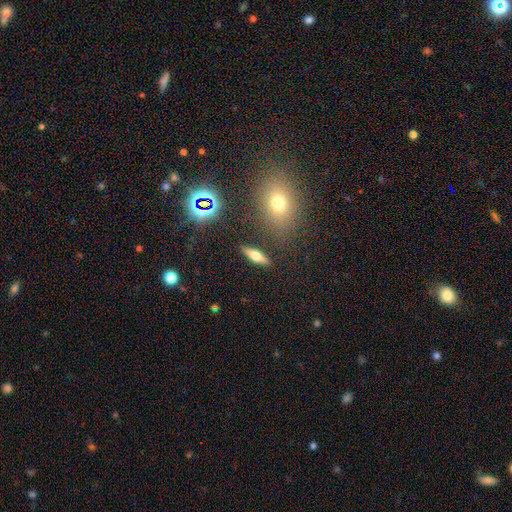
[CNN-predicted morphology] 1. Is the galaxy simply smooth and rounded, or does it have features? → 45% smooth, 44% featured or disk, 11% star or artifact.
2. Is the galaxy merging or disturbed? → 88% none, 8% minor disturbance, 2% major disturbance, 2% merger.